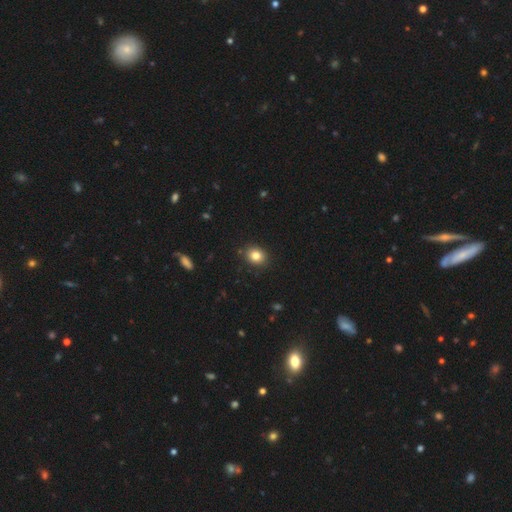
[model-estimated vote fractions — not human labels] Smooth or featured?
  - smooth: 82% *
  - star or artifact: 11%
  - featured or disk: 7%
How rounded?
  - round: 63% *
  - in between: 36%
  - cigar-shaped: 1%
Merging?
  - none: 89% *
  - minor disturbance: 8%
  - major disturbance: 2%
  - merger: 1%